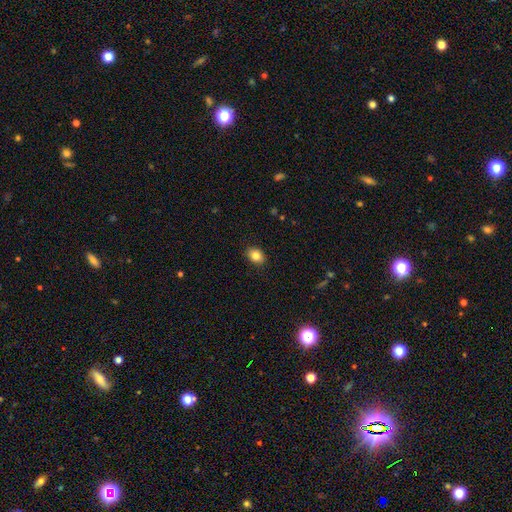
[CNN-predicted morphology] Smooth or featured? Predicted: smooth (p=0.84). How rounded? Predicted: in between (p=0.70). Merging? Predicted: none (p=0.89).